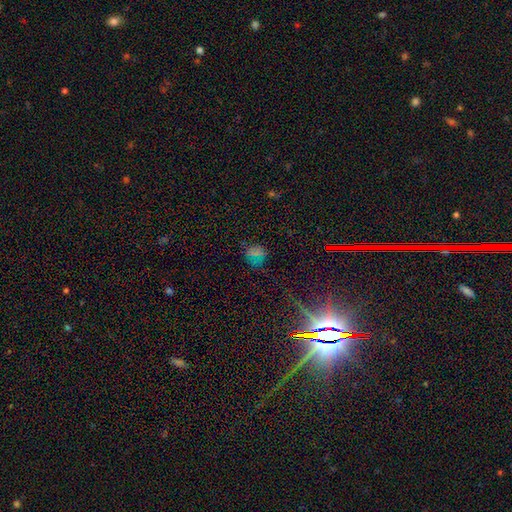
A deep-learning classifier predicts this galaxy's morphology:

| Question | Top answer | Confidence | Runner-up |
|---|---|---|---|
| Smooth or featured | smooth | 51% | star or artifact (40%) |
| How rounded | round | 73% | in between (25%) |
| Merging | none | 78% | minor disturbance (14%) |